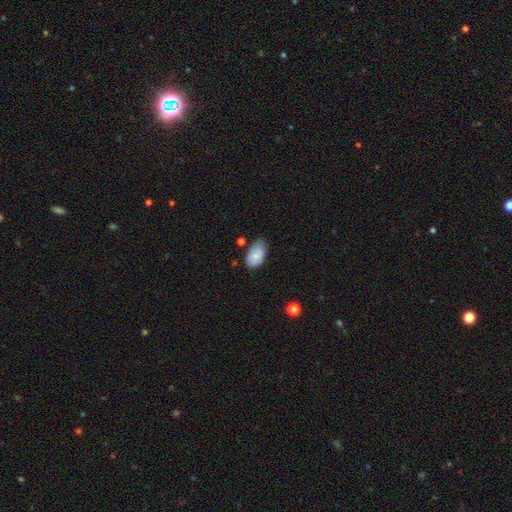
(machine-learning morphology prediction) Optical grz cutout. It shows a smooth galaxy with no disk features (80%) that is in between round and cigar-shaped (94%). Merging: none (57%).